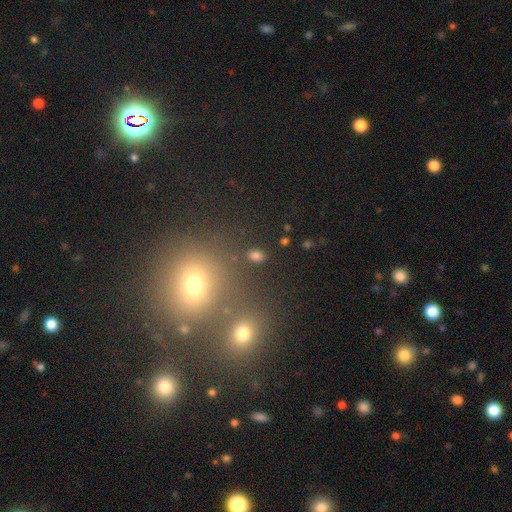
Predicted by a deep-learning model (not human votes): A smooth galaxy with no disk features (76%) that is in between round and cigar-shaped (78%). Merging: none (86%).